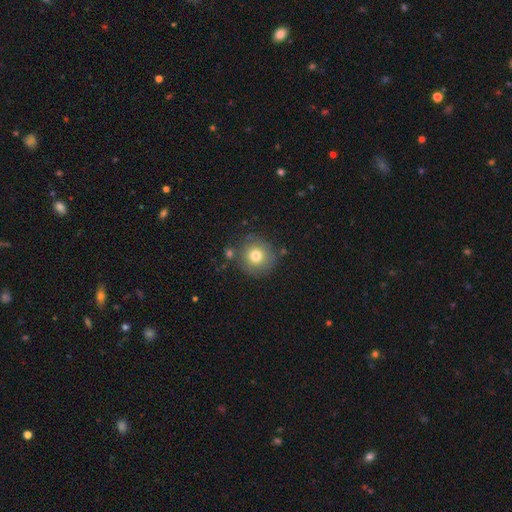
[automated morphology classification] smooth 75%, featured or disk 14%, star or artifact 11%. Down the decision tree: how rounded — round (94%); merging — none (80%).